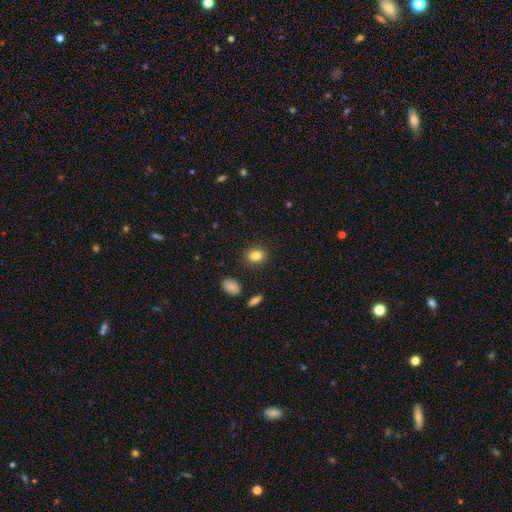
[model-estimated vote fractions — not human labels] This appears to be a smooth galaxy with no disk features (84%) that is round (55%). Merging: none (88%).